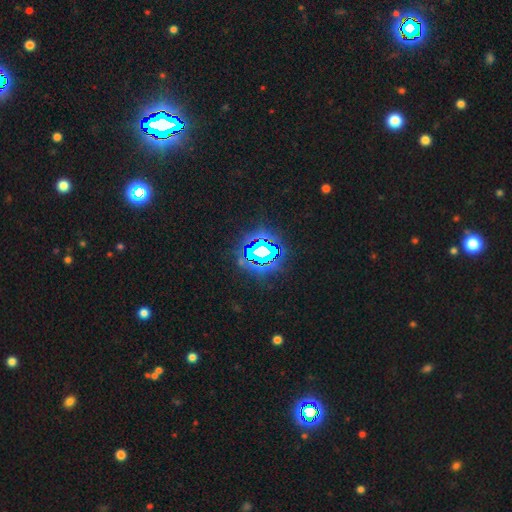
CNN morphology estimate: This appears to be a star or artifact, not a galaxy (84%).